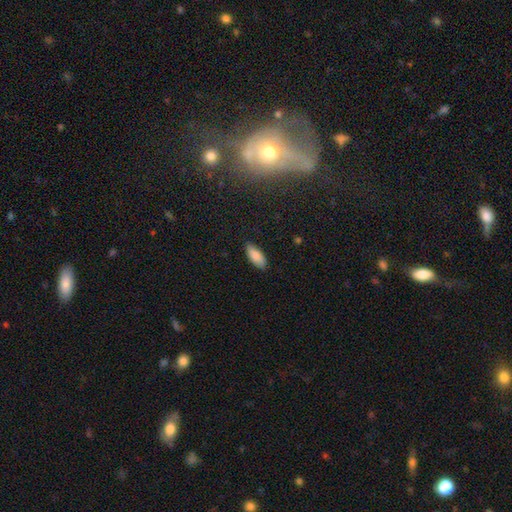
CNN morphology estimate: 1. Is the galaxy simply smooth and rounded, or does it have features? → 84% smooth, 9% featured or disk, 6% star or artifact.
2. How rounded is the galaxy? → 85% in between, 13% cigar-shaped, 2% round.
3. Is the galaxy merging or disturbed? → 86% none, 11% minor disturbance, 2% major disturbance, 1% merger.